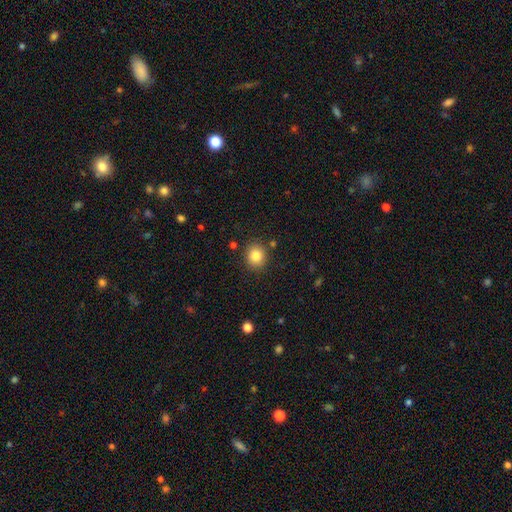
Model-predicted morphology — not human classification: Smooth or featured? smooth (83%)
How rounded? round (77%)
Merging? none (87%)